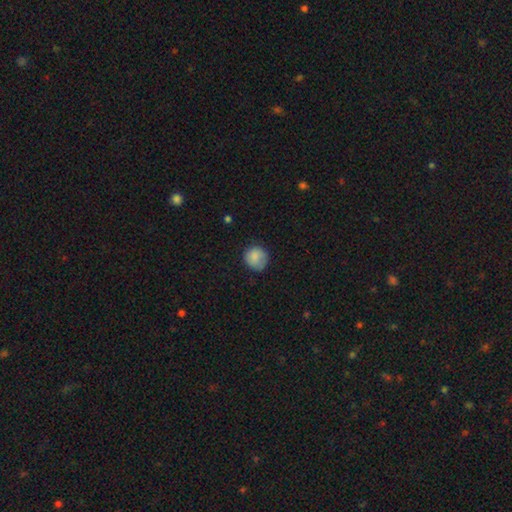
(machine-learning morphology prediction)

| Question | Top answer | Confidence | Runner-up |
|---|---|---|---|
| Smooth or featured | smooth | 83% | featured or disk (9%) |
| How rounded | round | 88% | in between (11%) |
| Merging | none | 71% | minor disturbance (22%) |